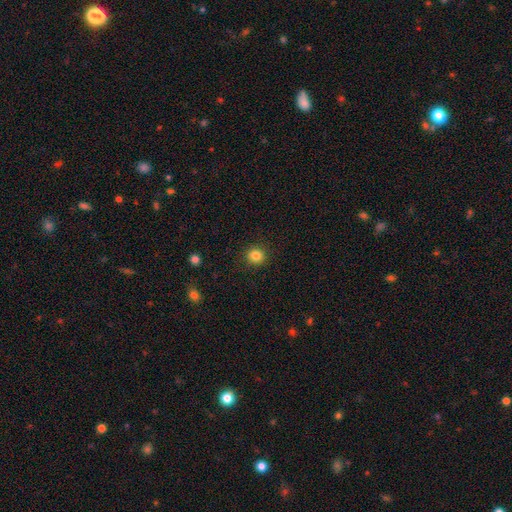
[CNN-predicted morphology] smooth_or_featured: smooth (p=0.84) [alt: star or artifact p=0.11]
how_rounded: round (p=0.88) [alt: in between p=0.11]
merging: none (p=0.91) [alt: minor disturbance p=0.06]